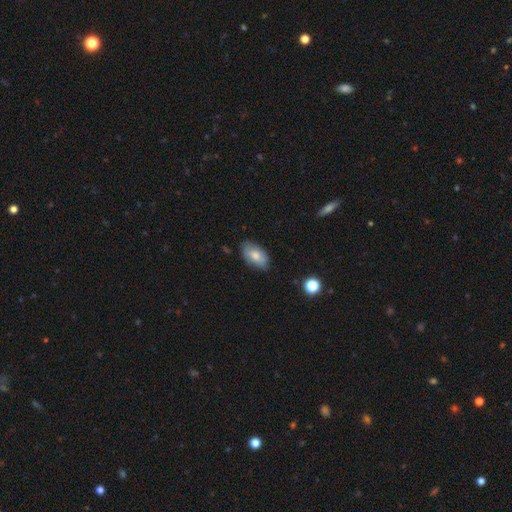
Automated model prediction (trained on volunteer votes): A smooth galaxy with no disk features (73%) that is in between round and cigar-shaped (94%). Merging: none (76%).